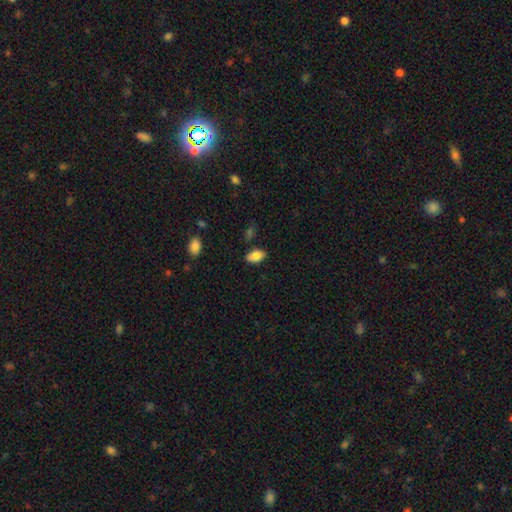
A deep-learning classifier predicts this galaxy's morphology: smooth_or_featured: smooth (p=0.84) [alt: featured or disk p=0.09]
how_rounded: in between (p=0.93) [alt: round p=0.04]
merging: none (p=0.81) [alt: minor disturbance p=0.13]